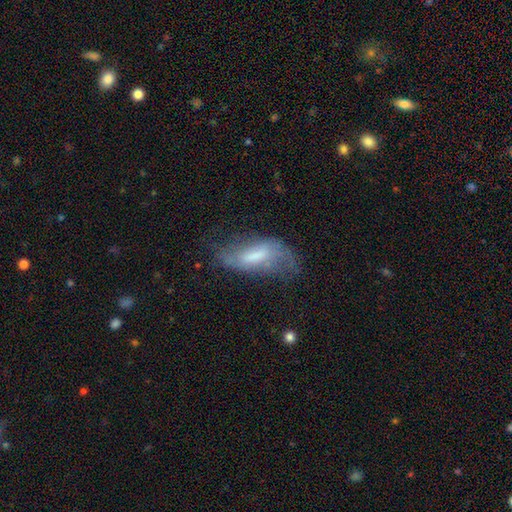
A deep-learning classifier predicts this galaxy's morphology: A featured or disk galaxy (47%). Merging: none (40%).